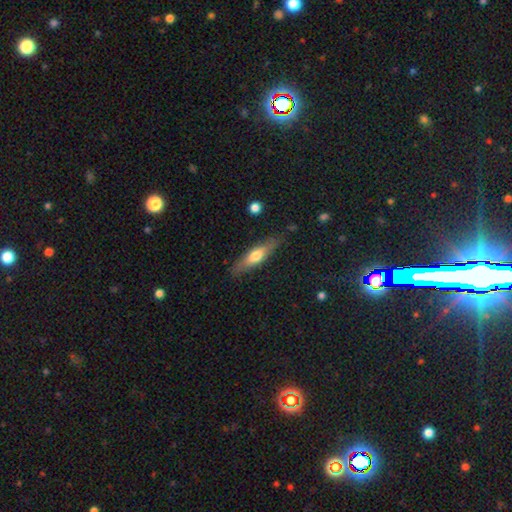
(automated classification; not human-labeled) Overall: smooth (52%; featured or disk 42%). How rounded: cigar-shaped (72%). Merging: none (82%).